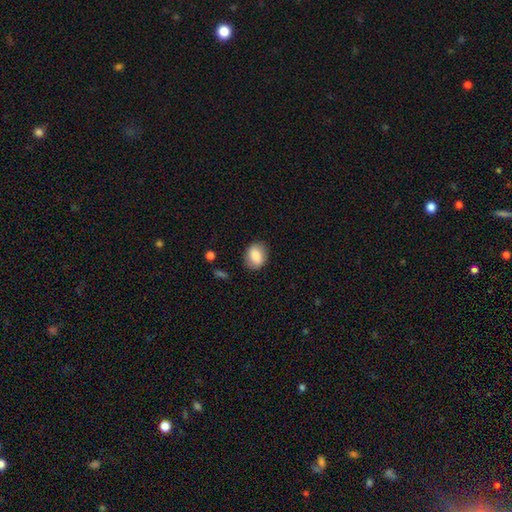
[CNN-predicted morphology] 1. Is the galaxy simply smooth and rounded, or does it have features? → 83% smooth, 10% featured or disk, 7% star or artifact.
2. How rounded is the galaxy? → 56% in between, 42% round, 1% cigar-shaped.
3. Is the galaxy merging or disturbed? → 83% none, 12% minor disturbance, 3% major disturbance, 1% merger.